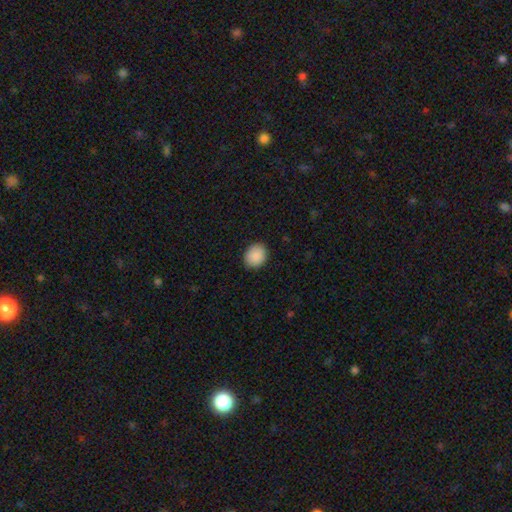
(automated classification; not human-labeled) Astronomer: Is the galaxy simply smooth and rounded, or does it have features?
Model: smooth — 90%.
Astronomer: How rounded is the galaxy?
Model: round — 61% (runner-up: in between, 38%).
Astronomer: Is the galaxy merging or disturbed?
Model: none — 89%.